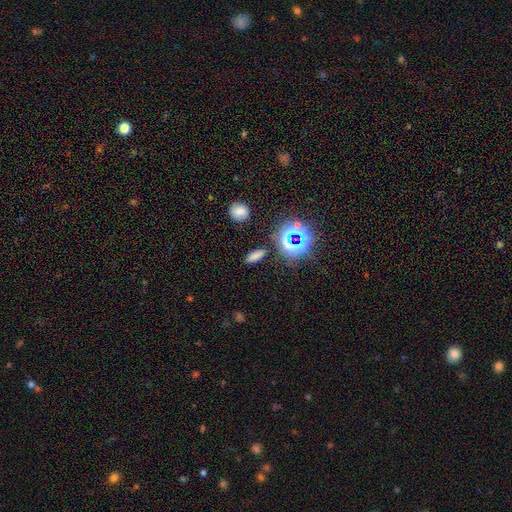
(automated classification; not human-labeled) smooth_or_featured: smooth (p=0.65) [alt: star or artifact p=0.27]
how_rounded: in between (p=0.51) [alt: cigar-shaped p=0.41]
merging: none (p=0.85) [alt: minor disturbance p=0.09]